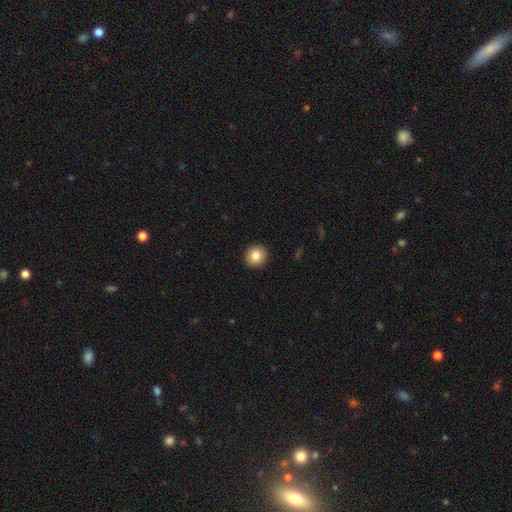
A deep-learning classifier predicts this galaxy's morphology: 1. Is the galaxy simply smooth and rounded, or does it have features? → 84% smooth, 9% star or artifact, 8% featured or disk.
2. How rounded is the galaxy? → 91% round, 8% in between, 1% cigar-shaped.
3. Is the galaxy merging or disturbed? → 93% none, 5% minor disturbance, 2% major disturbance, 1% merger.